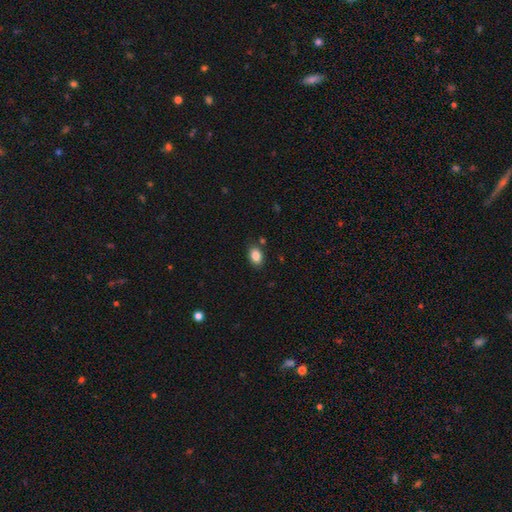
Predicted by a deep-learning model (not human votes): The model was most divided on "how rounded": in between: 84%, round: 15%, cigar-shaped: 1%. More confident: smooth or featured — smooth (86%); merging — none (82%).